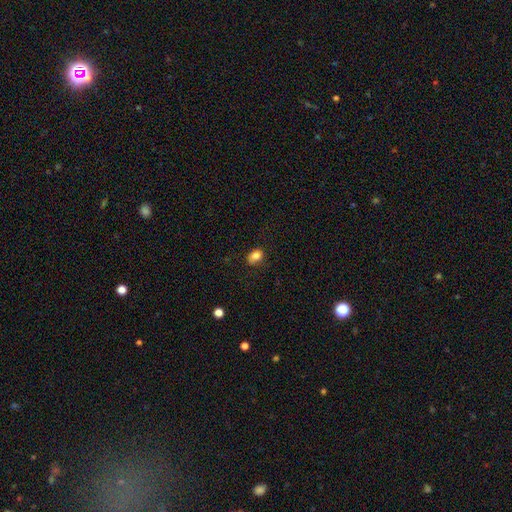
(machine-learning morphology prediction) Overall: smooth (83%). How rounded: in between (65%; round 34%). Merging: none (79%).